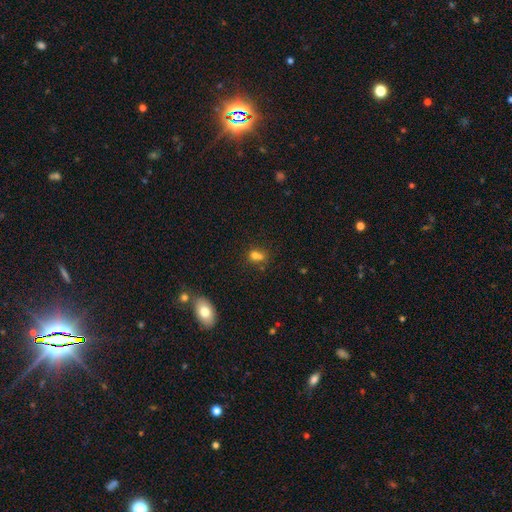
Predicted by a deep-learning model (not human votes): smooth_or_featured: smooth (p=0.69) [alt: star or artifact p=0.17]
how_rounded: round (p=0.59) [alt: in between p=0.39]
merging: merger (p=0.44) [alt: none p=0.39]